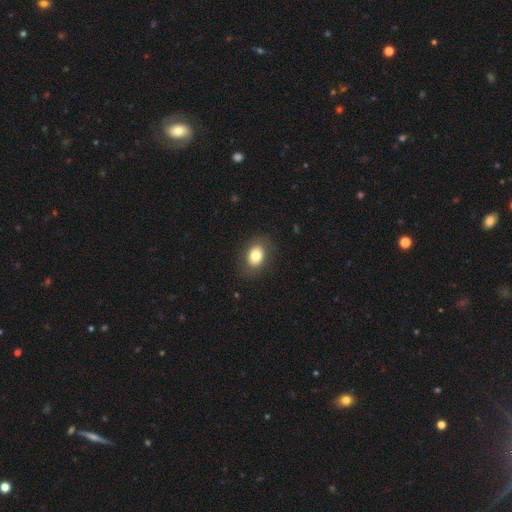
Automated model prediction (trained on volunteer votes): Smooth or featured?
  - smooth: 79% *
  - featured or disk: 13%
  - star or artifact: 9%
How rounded?
  - in between: 69% *
  - round: 30%
  - cigar-shaped: 1%
Merging?
  - none: 84% *
  - minor disturbance: 11%
  - major disturbance: 4%
  - merger: 1%